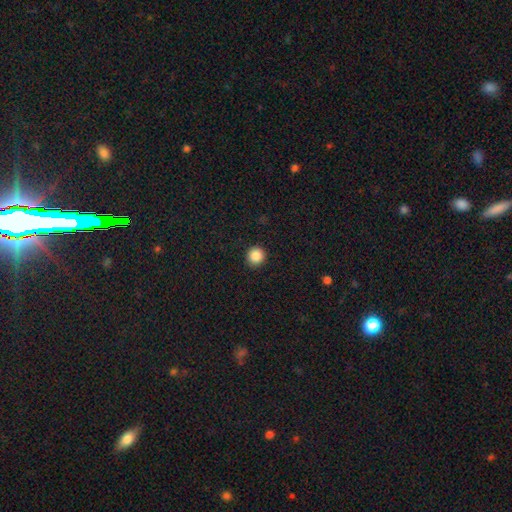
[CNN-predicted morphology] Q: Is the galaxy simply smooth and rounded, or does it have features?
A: smooth — 87%.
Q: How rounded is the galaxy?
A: round — 95%.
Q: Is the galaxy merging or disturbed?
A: none — 93%.